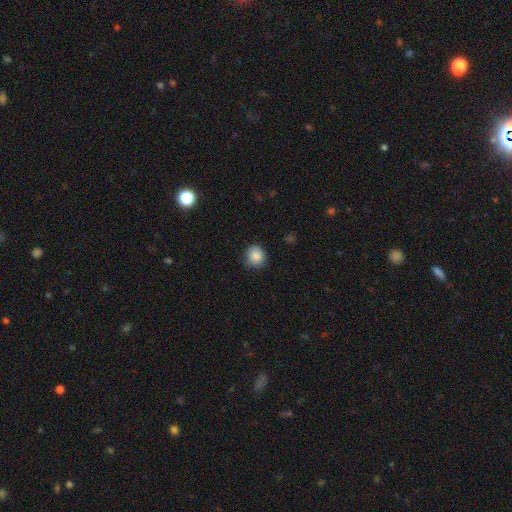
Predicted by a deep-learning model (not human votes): Smooth or featured?
  - smooth: 88% *
  - star or artifact: 9%
  - featured or disk: 3%
How rounded?
  - round: 87% *
  - in between: 12%
  - cigar-shaped: 1%
Merging?
  - none: 86% *
  - minor disturbance: 10%
  - major disturbance: 2%
  - merger: 1%